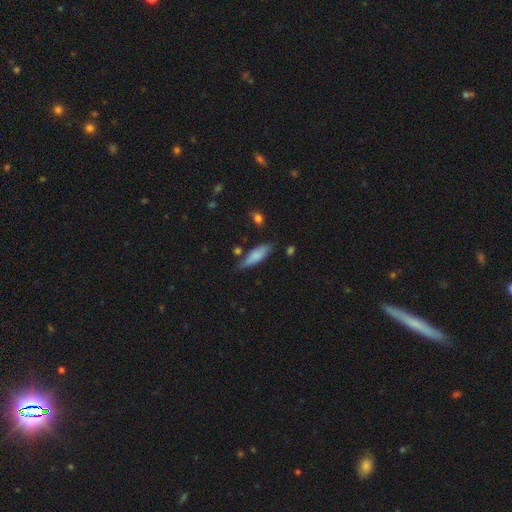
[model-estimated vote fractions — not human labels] The model was most divided on "how rounded": in between: 50%, cigar-shaped: 48%, round: 2%. More confident: smooth or featured — smooth (80%); merging — none (66%).